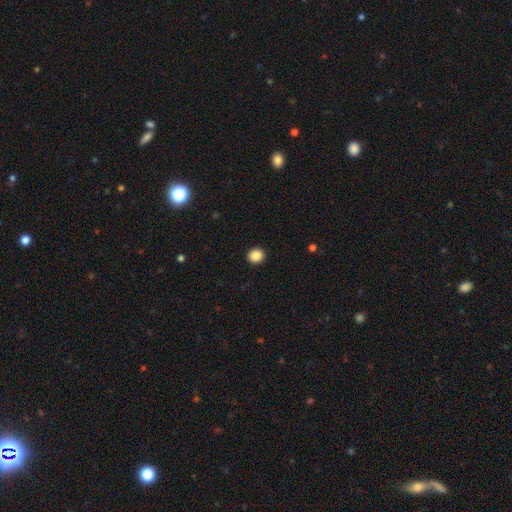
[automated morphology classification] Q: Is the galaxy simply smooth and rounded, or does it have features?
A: smooth — 87%.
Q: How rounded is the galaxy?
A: round — 89%.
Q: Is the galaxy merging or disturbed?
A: none — 93%.